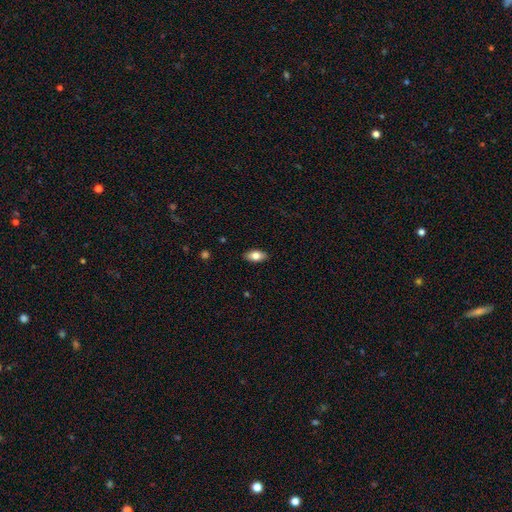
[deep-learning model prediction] Overall: smooth (78%). How rounded: in between (91%). Merging: none (89%).